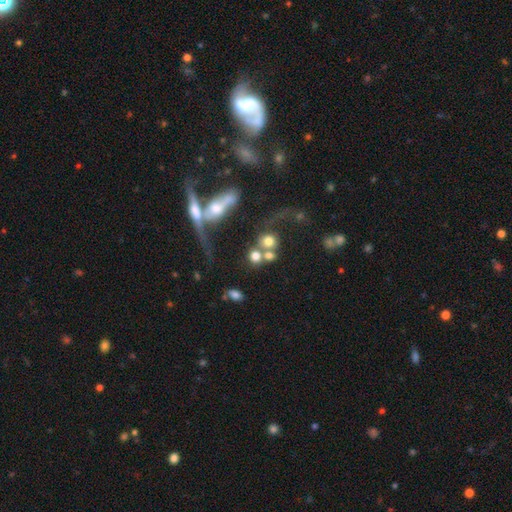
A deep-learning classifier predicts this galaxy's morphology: Overall: smooth (67%). How rounded: round (81%). Merging: merger (50%; none 30%).